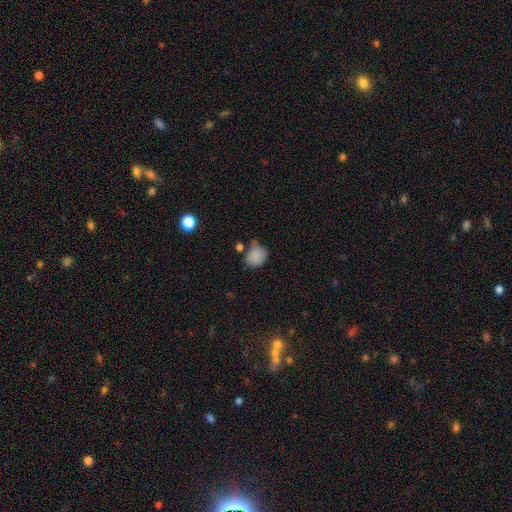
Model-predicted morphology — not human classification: This is clearly a smooth galaxy (83%). How rounded: likely round (61%). Merging: marginally none (43%).